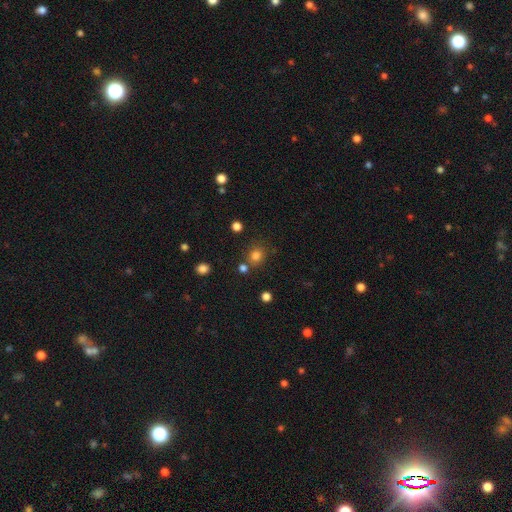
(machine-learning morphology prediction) A smooth galaxy with no disk features (79%) that is round (79%). Merging: none (76%).